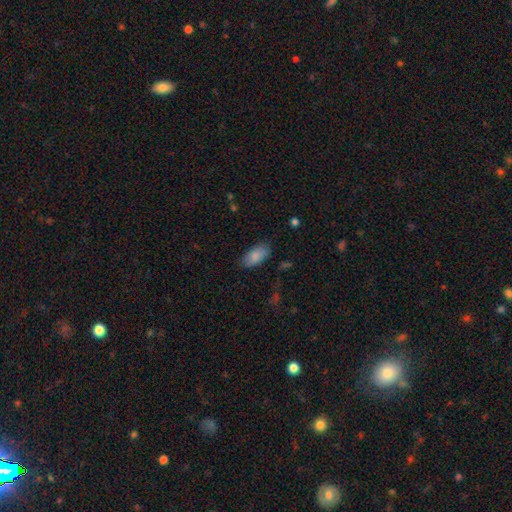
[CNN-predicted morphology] A smooth galaxy with no disk features (85%) that is in between round and cigar-shaped (92%).

Vote fractions:
- Smooth or featured? smooth: 85% / featured or disk: 8% / star or artifact: 7%
- How rounded? in between: 92% / cigar-shaped: 5% / round: 3%
- Merging? none: 81% / minor disturbance: 15% / major disturbance: 3% / merger: 1%